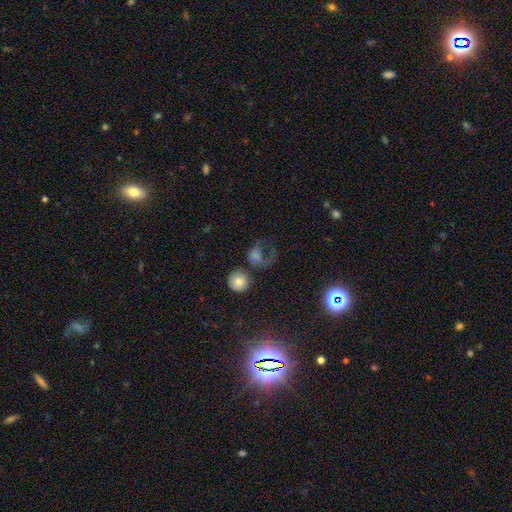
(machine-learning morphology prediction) smooth 42%, featured or disk 34%, star or artifact 25%. Down the decision tree: merging — none (41%).